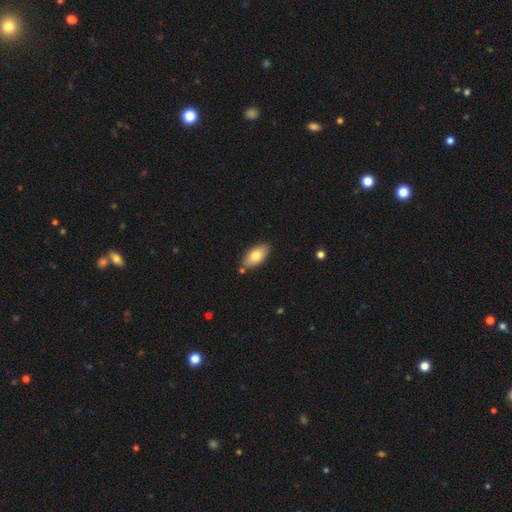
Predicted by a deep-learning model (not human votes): A smooth galaxy with no disk features (78%) that is in between round and cigar-shaped (92%). Merging: none (80%).